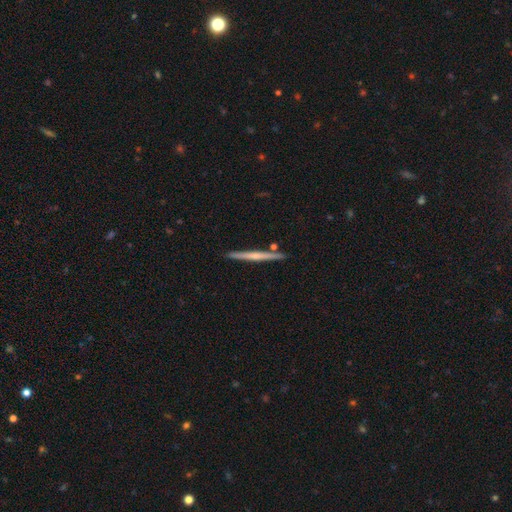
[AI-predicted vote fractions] Smooth or featured? featured or disk (60%)
Edge-on disk? yes (98%)
Edge-on bulge? none (54%)
Merging? none (89%)